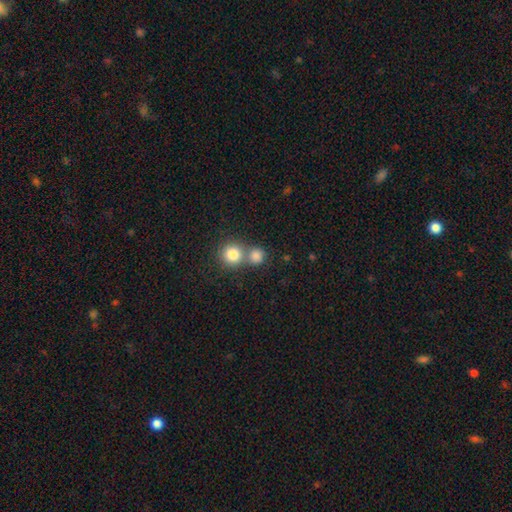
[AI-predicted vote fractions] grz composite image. It shows a smooth galaxy with no disk features (82%) that is round (86%). Merging: none (48%).